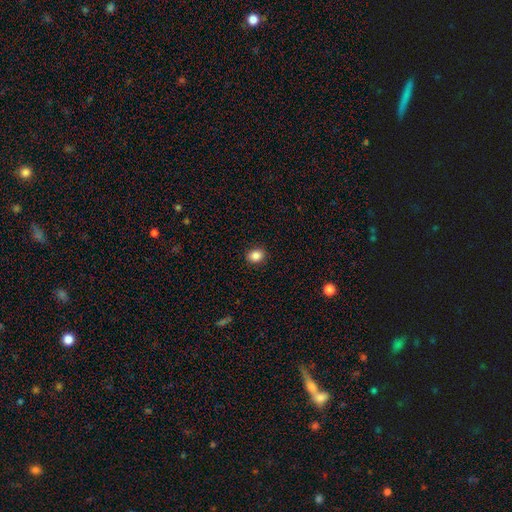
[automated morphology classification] smooth-or-featured: smooth: 86% | star or artifact: 10% | featured or disk: 4%
  how-rounded: round: 58% | in between: 41% | cigar-shaped: 1%
  merging: none: 91% | minor disturbance: 7% | major disturbance: 2% | merger: 1%